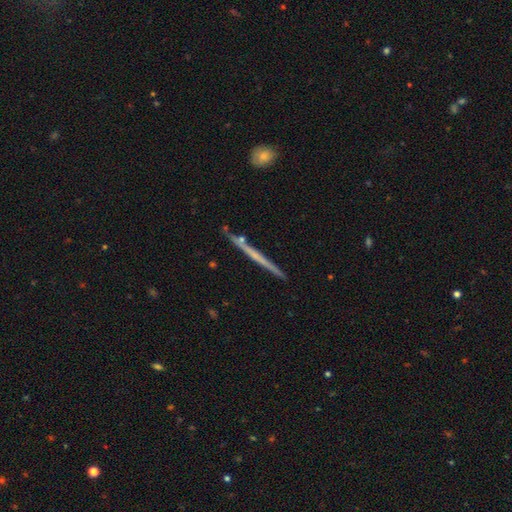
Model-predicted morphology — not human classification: Overall: featured or disk (61%; smooth 33%). Edge-on disk: yes (97%). Edge-on bulge: none (86%). Merging: none (87%).